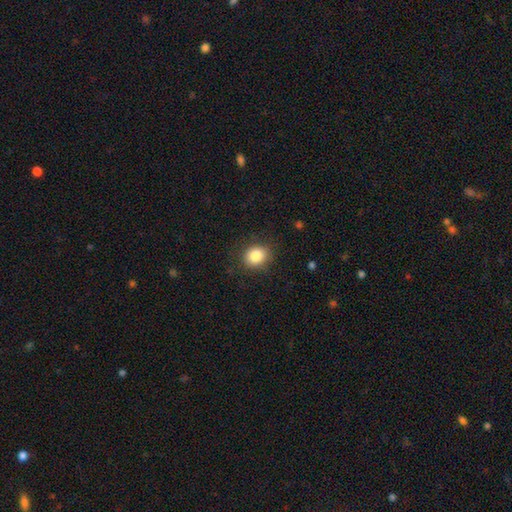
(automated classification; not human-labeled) The model was most divided on "how rounded": round: 61%, in between: 38%, cigar-shaped: 1%. More confident: merging — none (85%); smooth or featured — smooth (85%).